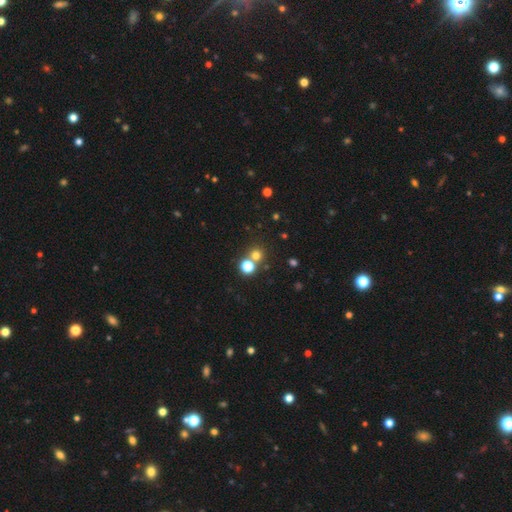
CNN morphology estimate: Overall: smooth (70%). How rounded: round (90%). Merging: none (65%).